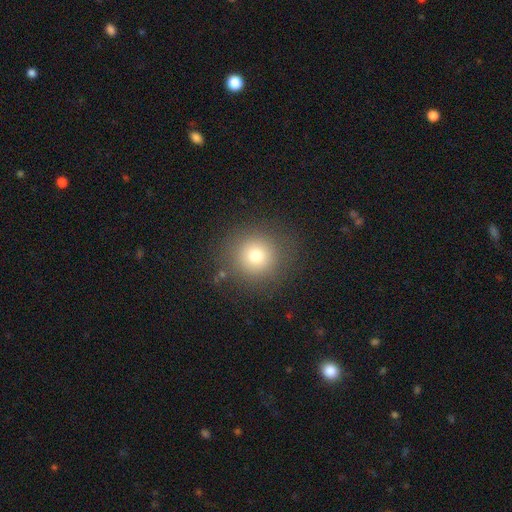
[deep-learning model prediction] Smooth or featured: smooth — 75% (star or artifact — 14%)
How rounded: round — 93% (in between — 6%)
Merging: none — 86% (minor disturbance — 8%)